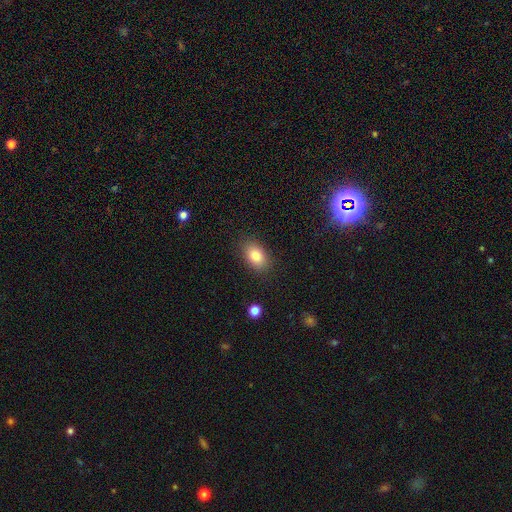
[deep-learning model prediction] Q: Smooth or featured?
A: smooth (82%); runner-up: star or artifact (9%)
Q: How rounded?
A: in between (85%); runner-up: round (13%)
Q: Merging?
A: none (86%); runner-up: minor disturbance (10%)